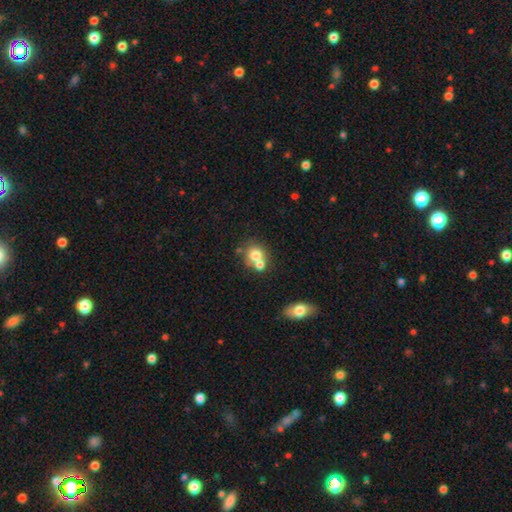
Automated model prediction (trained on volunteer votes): A smooth galaxy with no disk features (72%) that is round (77%). Merging: merger (50%).